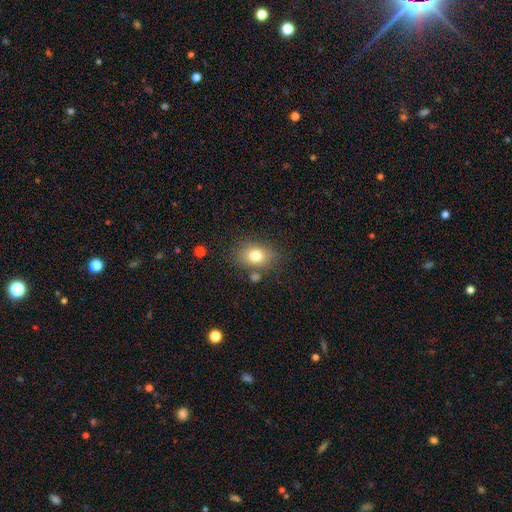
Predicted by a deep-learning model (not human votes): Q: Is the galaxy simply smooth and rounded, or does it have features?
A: smooth — 77%.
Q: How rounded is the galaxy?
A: in between — 60%.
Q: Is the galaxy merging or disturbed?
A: none — 74%.